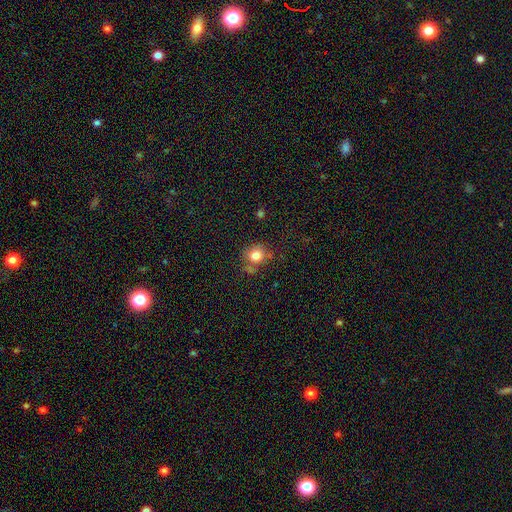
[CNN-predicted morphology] Smooth or featured?
  - smooth: 81% *
  - star or artifact: 11%
  - featured or disk: 8%
How rounded?
  - round: 77% *
  - in between: 22%
  - cigar-shaped: 1%
Merging?
  - none: 65% *
  - minor disturbance: 17%
  - merger: 12%
  - major disturbance: 6%